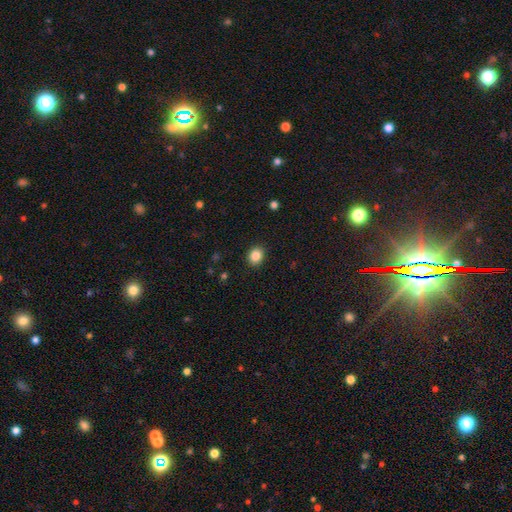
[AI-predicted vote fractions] Smooth or featured?
  - smooth: 86% *
  - star or artifact: 10%
  - featured or disk: 4%
How rounded?
  - round: 59% *
  - in between: 40%
  - cigar-shaped: 1%
Merging?
  - none: 91% *
  - minor disturbance: 6%
  - major disturbance: 2%
  - merger: 1%